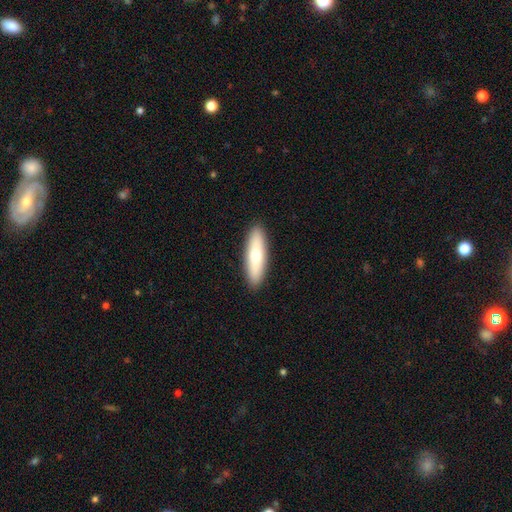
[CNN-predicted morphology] Overall: smooth (67%; featured or disk 28%). How rounded: cigar-shaped (58%; in between 39%). Merging: none (91%).